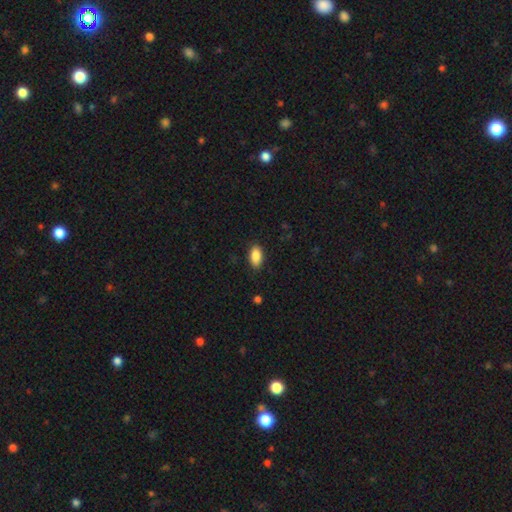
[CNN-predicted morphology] Smooth or featured: smooth — 88% (star or artifact — 7%)
How rounded: in between — 92% (cigar-shaped — 4%)
Merging: none — 87% (minor disturbance — 10%)